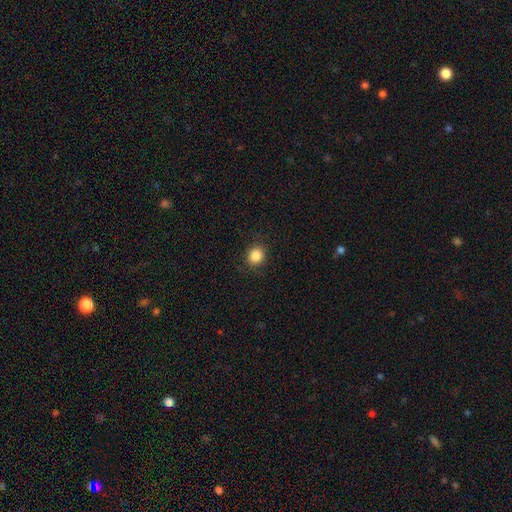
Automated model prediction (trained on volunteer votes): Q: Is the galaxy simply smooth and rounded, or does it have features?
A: smooth — 86%.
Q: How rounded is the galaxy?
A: round — 84%.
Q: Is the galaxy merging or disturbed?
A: none — 89%.